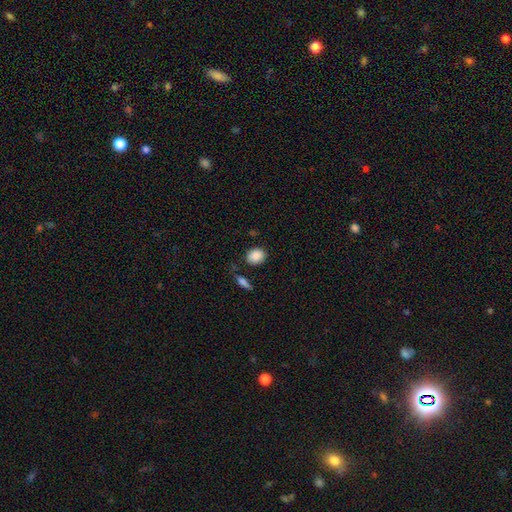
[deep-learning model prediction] smooth 88%, star or artifact 7%, featured or disk 4%. Down the decision tree: how rounded — round (53%); merging — none (80%).